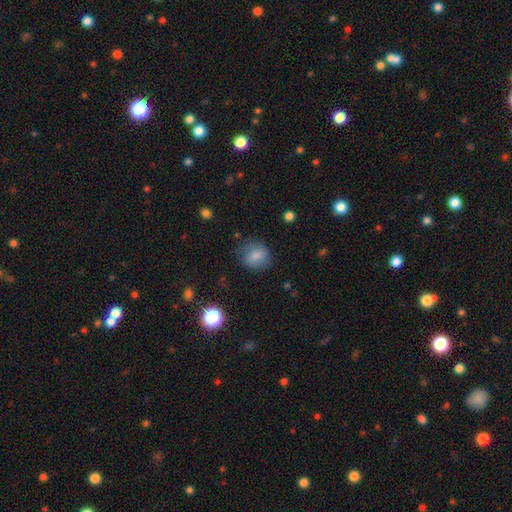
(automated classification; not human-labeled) Overall: smooth (80%). How rounded: round (71%). Merging: none (74%).